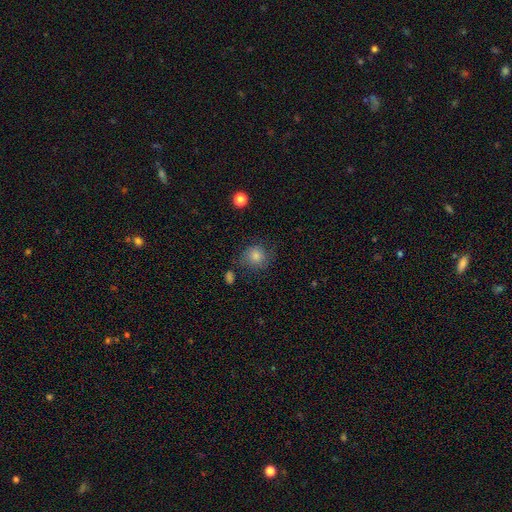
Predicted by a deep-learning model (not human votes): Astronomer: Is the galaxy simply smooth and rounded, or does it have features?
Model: smooth — 69%.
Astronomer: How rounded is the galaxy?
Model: round — 84%.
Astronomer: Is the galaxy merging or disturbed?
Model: none — 72%.